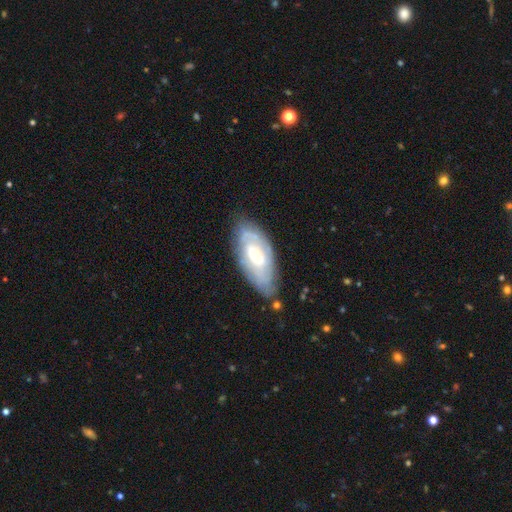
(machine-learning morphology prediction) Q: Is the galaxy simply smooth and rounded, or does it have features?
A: featured or disk — 64%.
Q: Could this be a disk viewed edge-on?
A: no — 89%.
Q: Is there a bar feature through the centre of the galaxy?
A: weak — 46%.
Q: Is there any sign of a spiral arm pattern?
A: yes — 70%.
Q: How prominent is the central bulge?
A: moderate — 47%, tied with small.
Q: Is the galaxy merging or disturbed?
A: none — 70%.